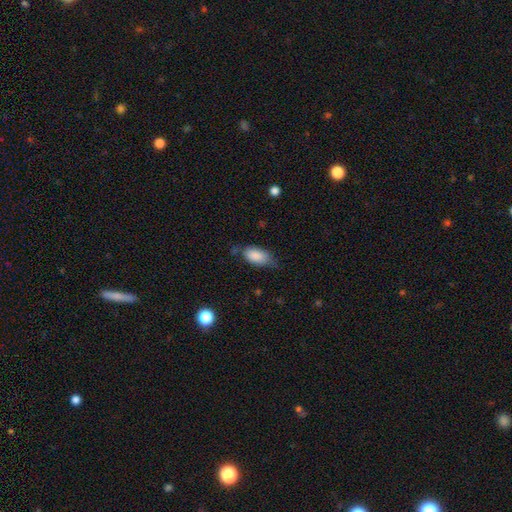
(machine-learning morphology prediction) Smooth or featured? smooth (86%)
How rounded? in between (91%)
Merging? none (49%)